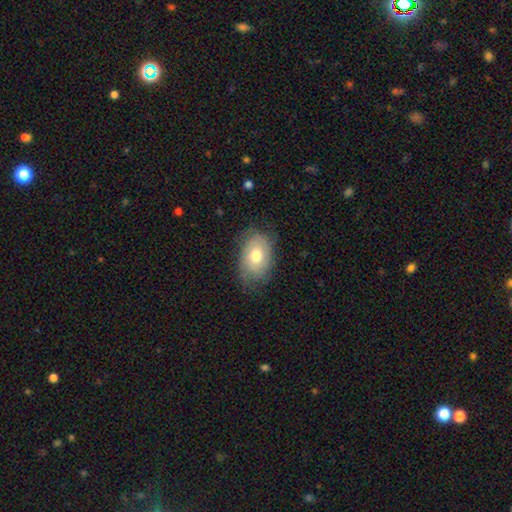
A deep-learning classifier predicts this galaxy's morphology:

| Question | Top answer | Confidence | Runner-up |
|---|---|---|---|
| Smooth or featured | smooth | 62% | featured or disk (31%) |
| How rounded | in between | 86% | round (13%) |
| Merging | none | 69% | minor disturbance (23%) |